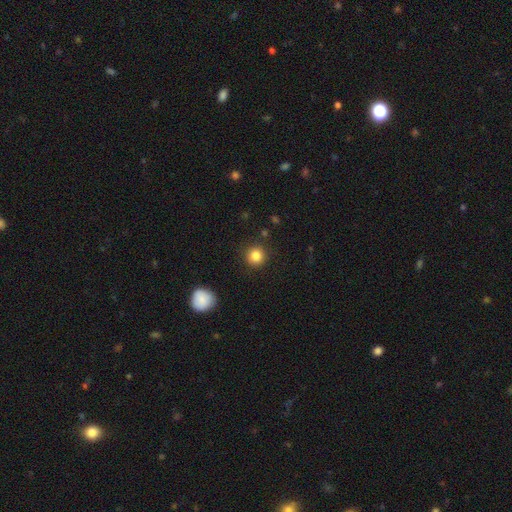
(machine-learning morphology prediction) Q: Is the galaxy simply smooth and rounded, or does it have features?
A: smooth — 84%.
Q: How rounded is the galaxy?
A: round — 92%.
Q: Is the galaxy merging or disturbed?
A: none — 89%.